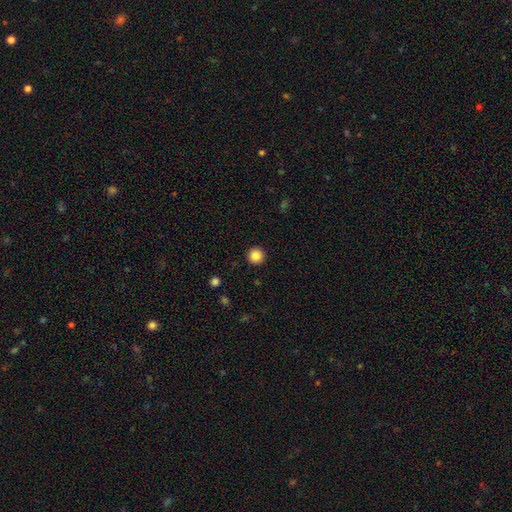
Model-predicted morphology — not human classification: Smooth or featured?
  - smooth: 85% *
  - star or artifact: 10%
  - featured or disk: 4%
How rounded?
  - round: 96% *
  - in between: 3%
  - cigar-shaped: 1%
Merging?
  - none: 93% *
  - minor disturbance: 4%
  - major disturbance: 1%
  - merger: 1%